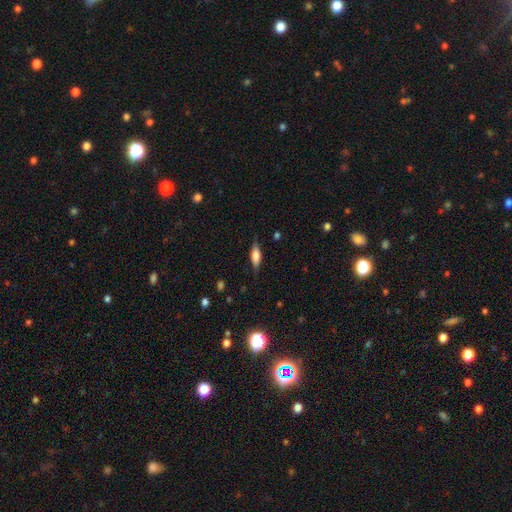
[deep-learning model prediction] This appears to be a smooth galaxy with no disk features (66%) that is in between round and cigar-shaped (58%). Merging: none (81%).